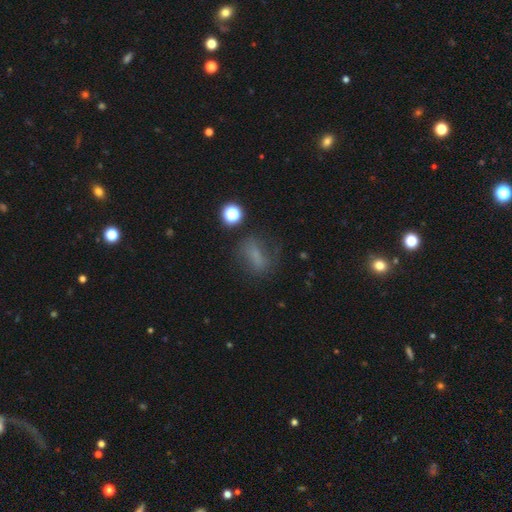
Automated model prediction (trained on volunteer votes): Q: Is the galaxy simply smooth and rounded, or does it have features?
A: smooth — 60%.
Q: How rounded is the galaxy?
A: in between — 60%.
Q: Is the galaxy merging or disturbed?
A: none — 61%.